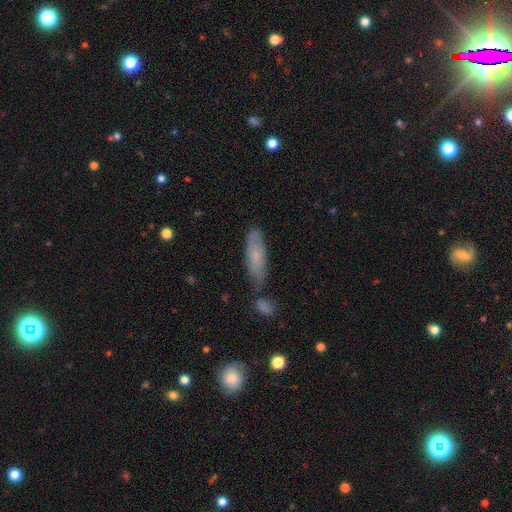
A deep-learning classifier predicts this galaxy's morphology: Smooth or featured? Predicted: smooth (p=0.68). How rounded? Predicted: cigar-shaped (p=0.53). Merging? Predicted: none (p=0.67).